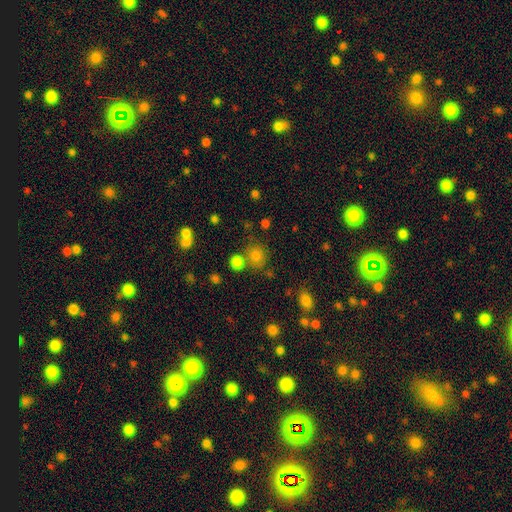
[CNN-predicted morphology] A smooth galaxy with no disk features (76%) that is round (78%).

Vote fractions:
- Smooth or featured? smooth: 76% / star or artifact: 17% / featured or disk: 7%
- How rounded? round: 78% / in between: 21% / cigar-shaped: 1%
- Merging? none: 70% / merger: 15% / minor disturbance: 11% / major disturbance: 4%